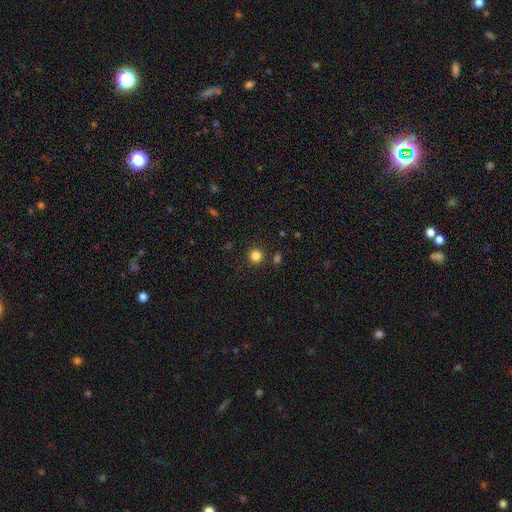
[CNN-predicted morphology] smooth-or-featured: smooth: 82% | star or artifact: 14% | featured or disk: 4%
  how-rounded: round: 94% | in between: 5% | cigar-shaped: 1%
  merging: none: 89% | minor disturbance: 6% | merger: 3% | major disturbance: 2%